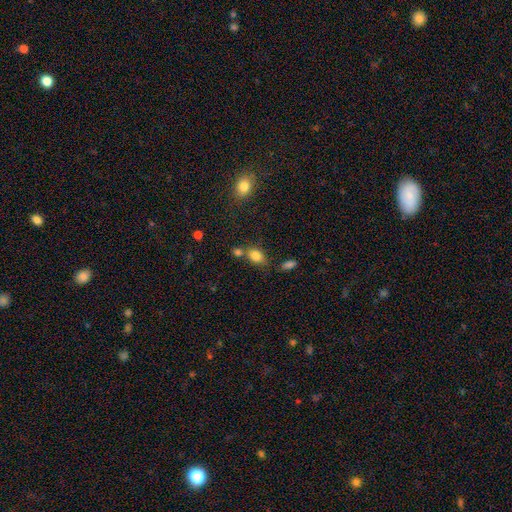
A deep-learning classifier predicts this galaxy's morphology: A smooth galaxy with no disk features (82%) that is in between round and cigar-shaped (71%).

Vote fractions:
- Smooth or featured? smooth: 82% / star or artifact: 11% / featured or disk: 7%
- How rounded? in between: 71% / round: 27% / cigar-shaped: 2%
- Merging? none: 55% / merger: 25% / minor disturbance: 15% / major disturbance: 5%